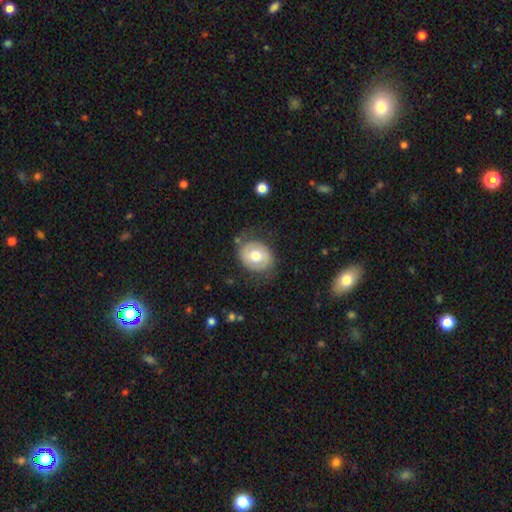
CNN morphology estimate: Overall: smooth (47%; featured or disk 46%). Merging: none (71%).